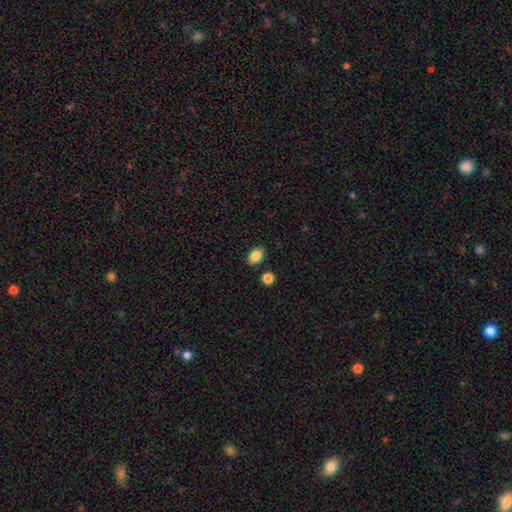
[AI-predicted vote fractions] smooth 87%, star or artifact 8%, featured or disk 5%. Down the decision tree: how rounded — in between (85%); merging — none (84%).